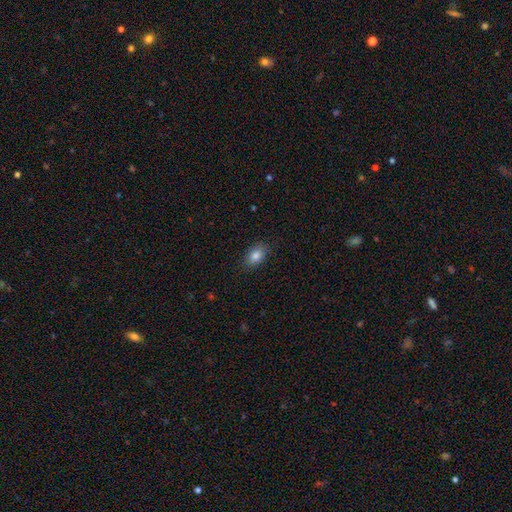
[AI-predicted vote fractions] Smooth or featured: smooth — 84% (star or artifact — 8%)
How rounded: in between — 87% (round — 12%)
Merging: none — 86% (minor disturbance — 11%)